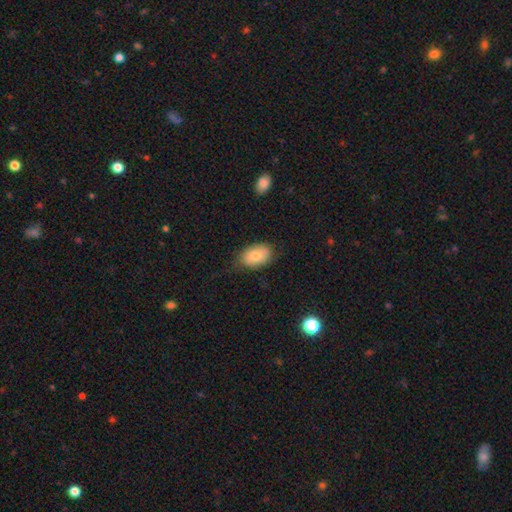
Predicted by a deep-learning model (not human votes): Q: Smooth or featured?
A: smooth (78%); runner-up: featured or disk (15%)
Q: How rounded?
A: in between (89%); runner-up: round (10%)
Q: Merging?
A: none (74%); runner-up: minor disturbance (20%)